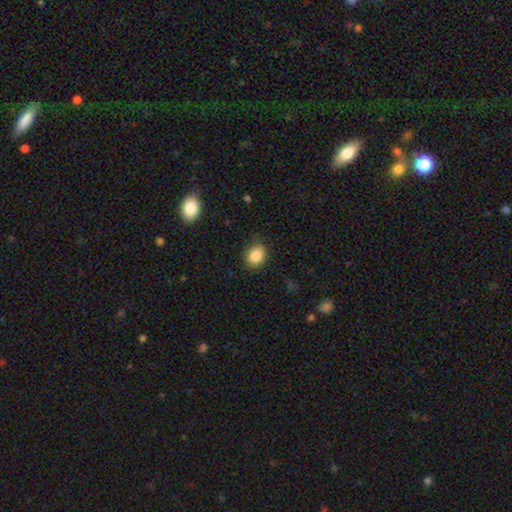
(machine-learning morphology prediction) A smooth galaxy with no disk features (86%) that is round (55%). Merging: none (76%).